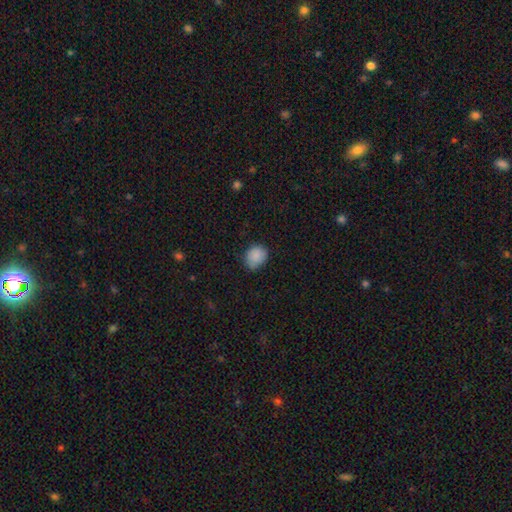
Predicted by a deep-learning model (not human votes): This is clearly a smooth galaxy (87%). How rounded: possibly round (59%). Merging: likely none (69%).